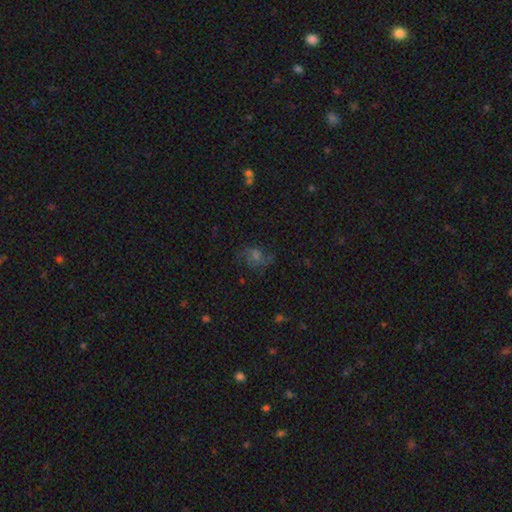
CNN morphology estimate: smooth_or_featured: featured or disk (p=0.40) [alt: star or artifact p=0.30]
merging: none (p=0.68) [alt: minor disturbance p=0.17]